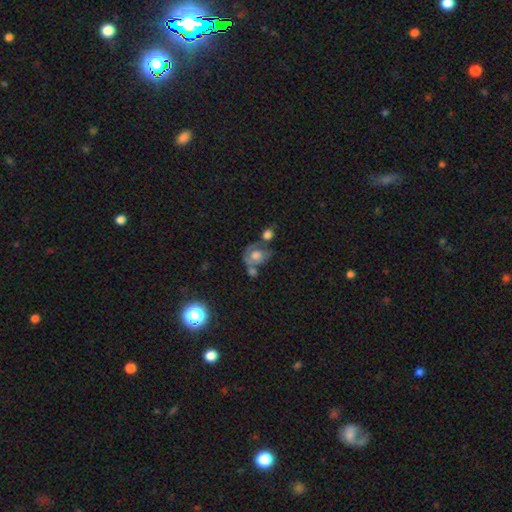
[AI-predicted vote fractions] smooth 45% (tied), featured or disk 45% (tied), star or artifact 10%. Down the decision tree: merging — merger (36%).